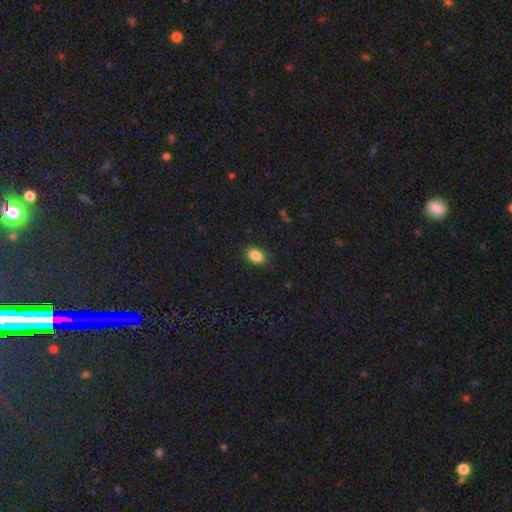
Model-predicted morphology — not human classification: smooth-or-featured: smooth: 86% | star or artifact: 9% | featured or disk: 5%
  how-rounded: in between: 78% | round: 20% | cigar-shaped: 1%
  merging: none: 86% | minor disturbance: 10% | major disturbance: 2% | merger: 1%